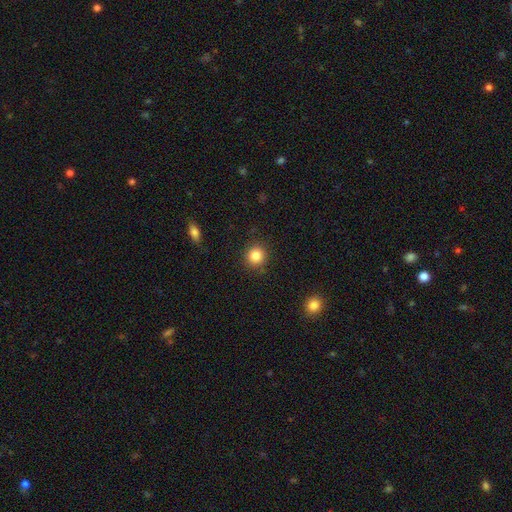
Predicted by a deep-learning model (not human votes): smooth-or-featured: smooth: 85% | star or artifact: 10% | featured or disk: 5%
  how-rounded: round: 89% | in between: 10% | cigar-shaped: 1%
  merging: none: 88% | minor disturbance: 8% | major disturbance: 3% | merger: 1%